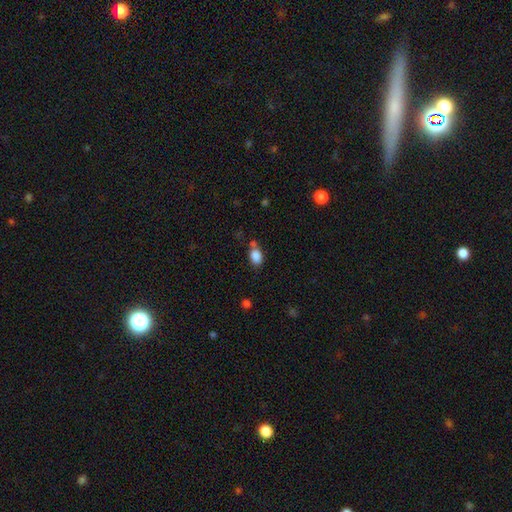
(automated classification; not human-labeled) Smooth or featured? smooth (86%)
How rounded? in between (81%)
Merging? none (60%)